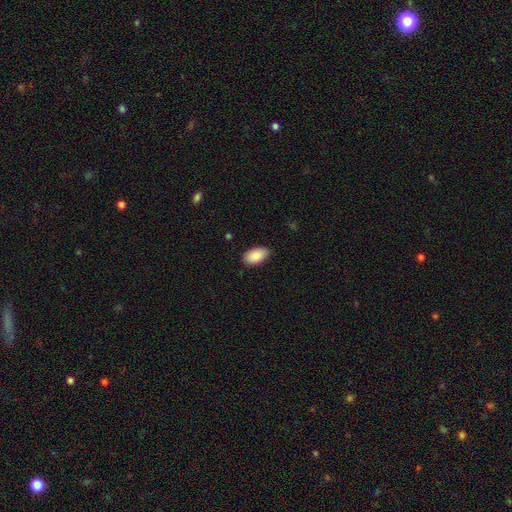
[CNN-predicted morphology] Smooth or featured: smooth — 88% (star or artifact — 6%)
How rounded: in between — 95% (round — 4%)
Merging: none — 87% (minor disturbance — 11%)